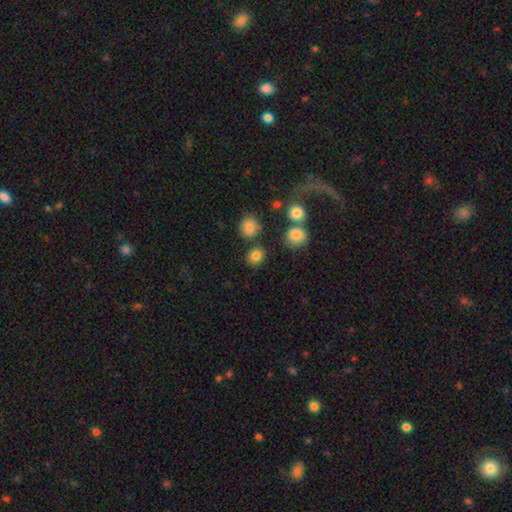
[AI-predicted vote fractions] Overall: smooth (82%). How rounded: round (71%). Merging: none (81%).